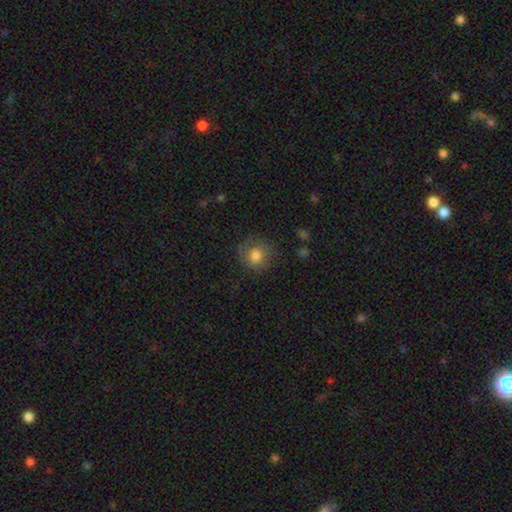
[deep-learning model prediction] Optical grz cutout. It shows a smooth galaxy with no disk features (75%) that is round (85%). Merging: none (69%).